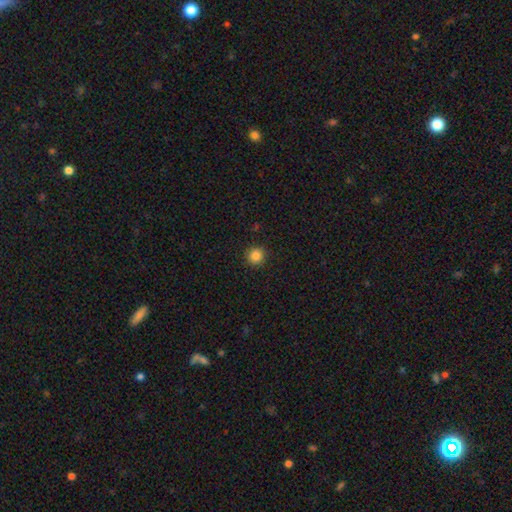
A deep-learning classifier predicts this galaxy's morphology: This appears to be a smooth galaxy with no disk features (85%) that is round (94%). Merging: none (92%).